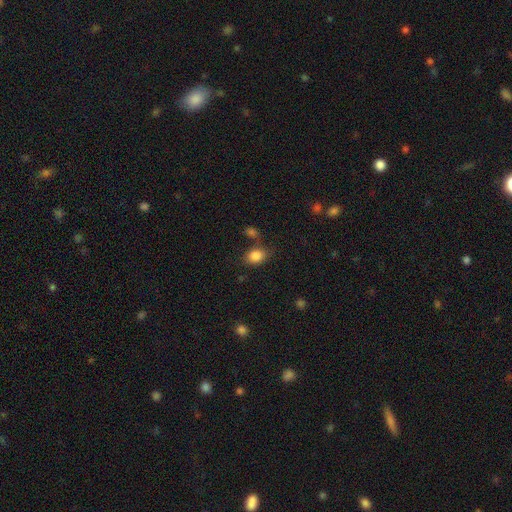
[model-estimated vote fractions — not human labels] smooth-or-featured: smooth: 85% | star or artifact: 9% | featured or disk: 6%
  how-rounded: in between: 65% | round: 34% | cigar-shaped: 1%
  merging: none: 68% | minor disturbance: 17% | merger: 10% | major disturbance: 5%